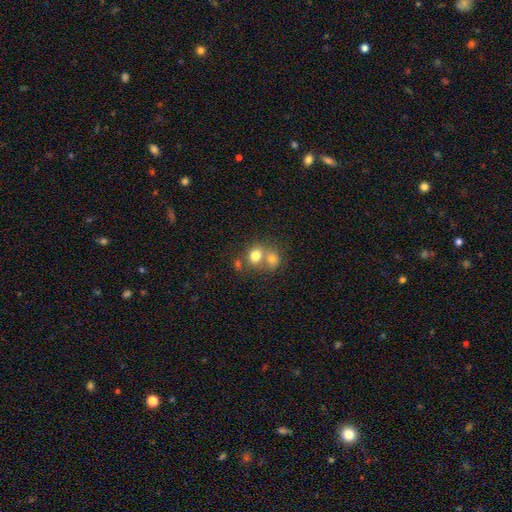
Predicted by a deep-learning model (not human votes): This is likely a smooth galaxy (76%). How rounded: likely round (69%). Merging: possibly merger (55%).